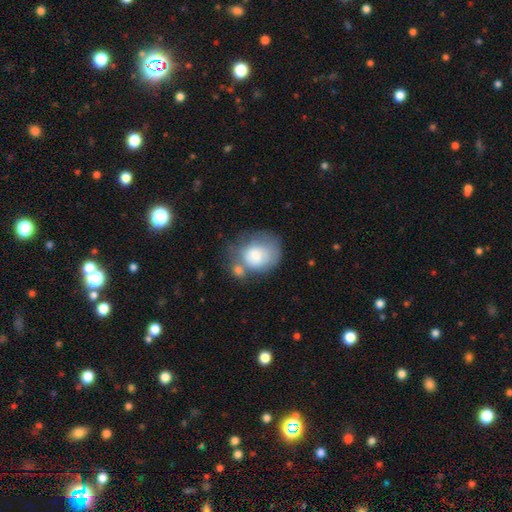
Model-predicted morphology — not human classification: This appears to be a smooth galaxy with no disk features (72%) that is round (64%). Merging: none (33%).